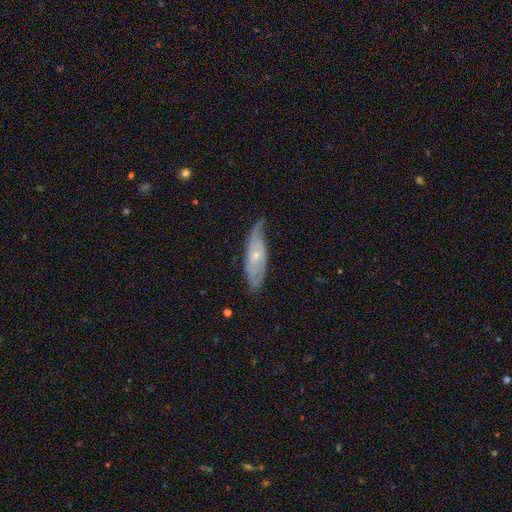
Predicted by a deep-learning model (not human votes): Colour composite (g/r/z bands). It shows a featured or disk galaxy (67%) with no bar (70%), spiral arms (81%) and a small central bulge (72%). Merging: none (60%).